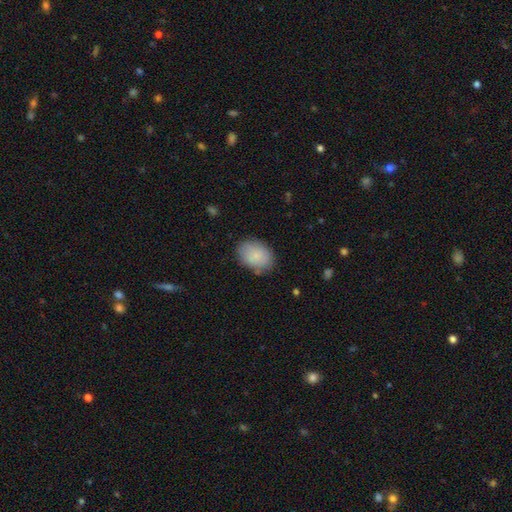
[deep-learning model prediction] This is clearly a smooth galaxy (83%). How rounded: likely in between (73%). Merging: clearly none (80%).